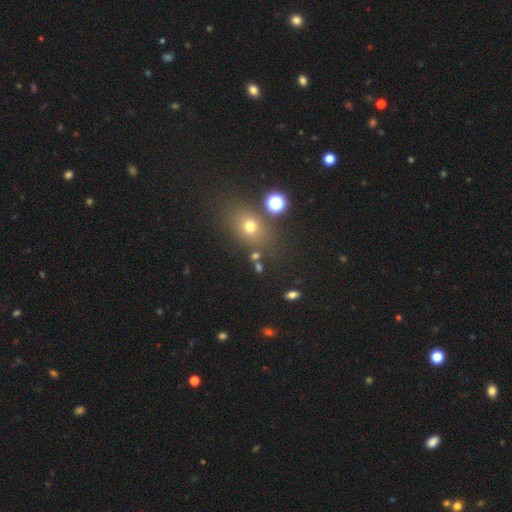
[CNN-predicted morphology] This appears to be a smooth galaxy with no disk features (62%) that is round (50%). Merging: none (74%).